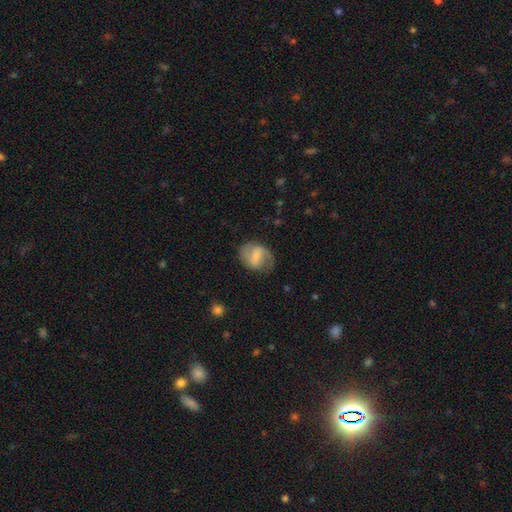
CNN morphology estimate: This appears to be a featured or disk galaxy (65%) with a weak bar (48%), 2 (77%) medium (46%) spiral arms (88%) and a small central bulge (37%). Merging: none (67%).